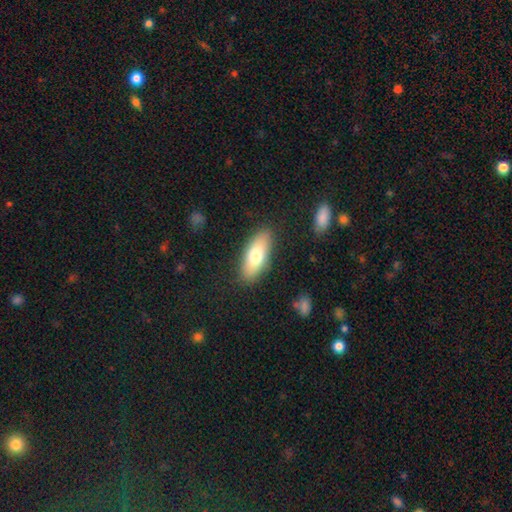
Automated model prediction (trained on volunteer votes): Morphology: type=smooth (72%); roundness=in between (76%); merging=none (86%).